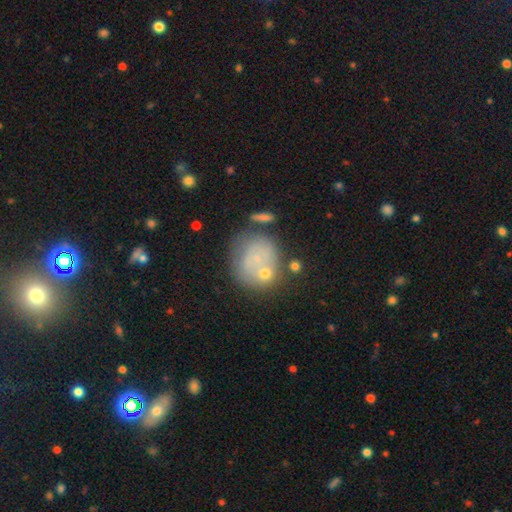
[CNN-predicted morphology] smooth_or_featured: smooth (p=0.56) [alt: featured or disk p=0.34]
how_rounded: round (p=0.81) [alt: in between p=0.18]
merging: none (p=0.43) [alt: merger p=0.22]